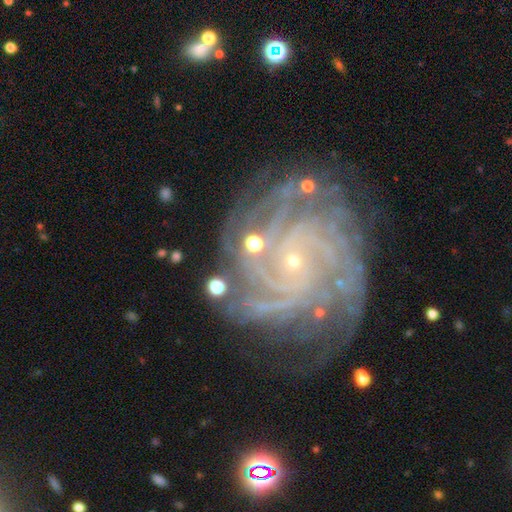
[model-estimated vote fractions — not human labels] Morphology: type=featured or disk (87%); edge-on=no (97%); bar=no (65%); spiral arms=yes (98%); winding=tight (67%); arm count=4 (23%, tied with more than 4); bulge=small (85%); merging=none (74%).